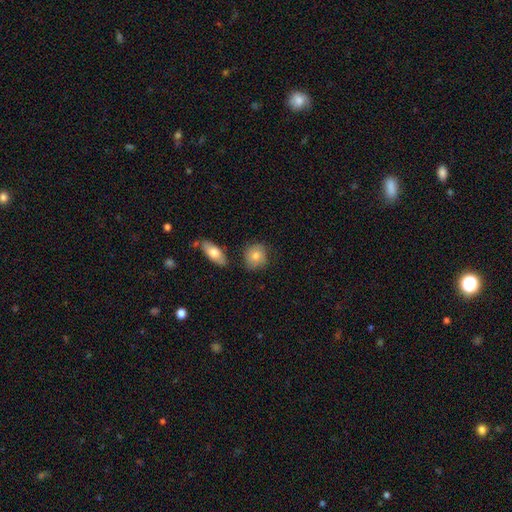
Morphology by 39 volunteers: A smooth galaxy with no disk features (79%) that is round (65%).

Vote fractions:
- Smooth or featured? smooth: 79% / featured or disk: 15% / star or artifact: 5%
- How rounded? round: 65% / in between: 35% / cigar-shaped: 0%
- Merging? none: 62% / minor disturbance: 27% / major disturbance: 5% / merger: 5%